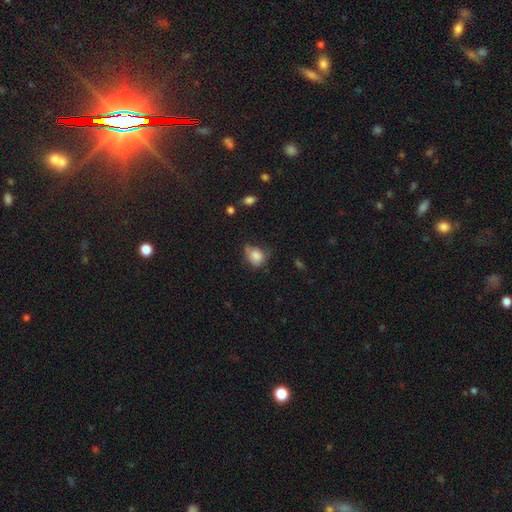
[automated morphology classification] This appears to be a smooth galaxy with no disk features (80%) that is in between round and cigar-shaped (50%). Merging: none (44%).